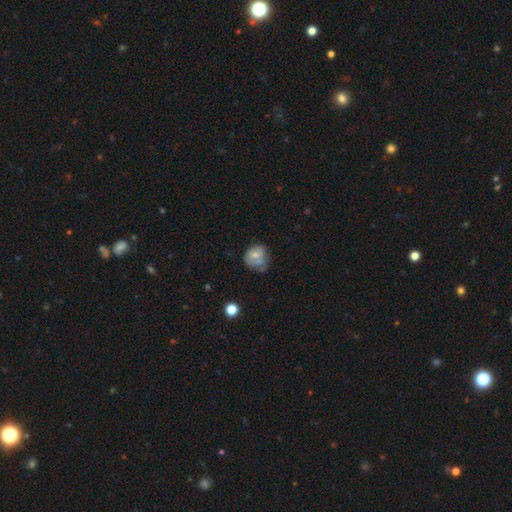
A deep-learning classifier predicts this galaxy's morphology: Smooth or featured?
  - smooth: 63% *
  - featured or disk: 27%
  - star or artifact: 10%
How rounded?
  - round: 65% *
  - in between: 34%
  - cigar-shaped: 1%
Merging?
  - none: 40% *
  - minor disturbance: 30%
  - major disturbance: 17%
  - merger: 13%